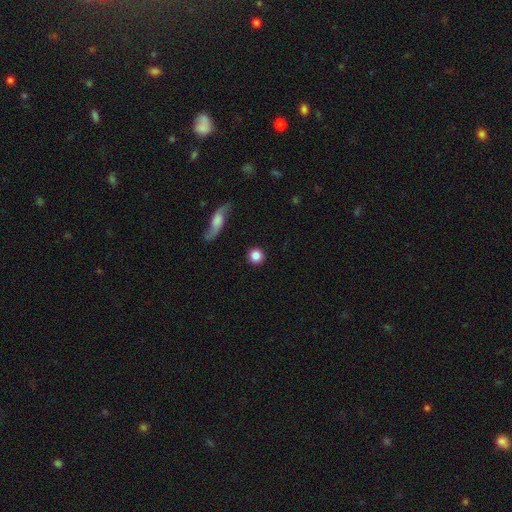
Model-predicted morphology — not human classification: smooth-or-featured: smooth: 84% | featured or disk: 8% | star or artifact: 8%
  how-rounded: round: 93% | in between: 5% | cigar-shaped: 2%
  merging: none: 89% | minor disturbance: 6% | major disturbance: 2% | merger: 2%